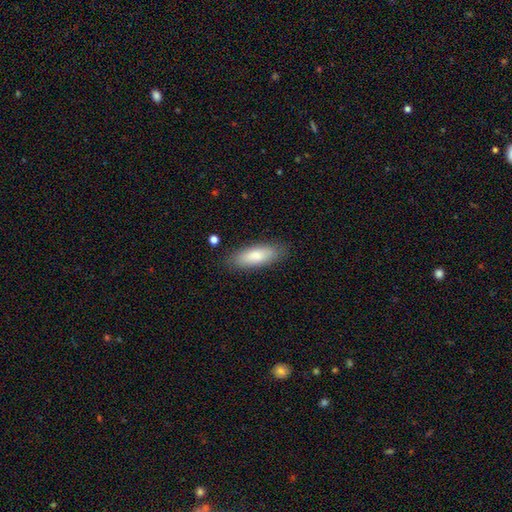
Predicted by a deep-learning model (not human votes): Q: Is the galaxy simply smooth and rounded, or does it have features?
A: smooth — 83%.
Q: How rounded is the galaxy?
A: in between — 64%.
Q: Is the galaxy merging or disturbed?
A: none — 84%.